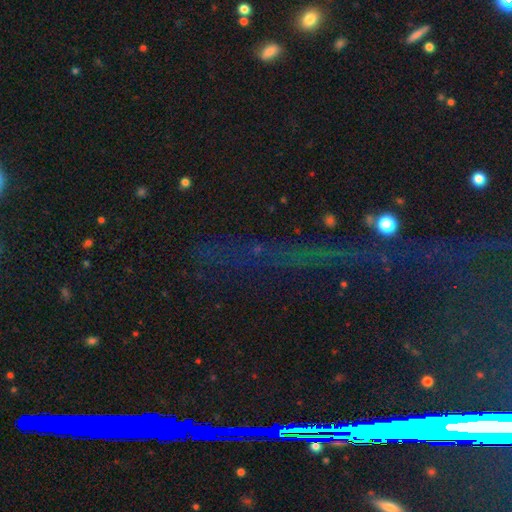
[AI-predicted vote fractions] This is likely a star or artifact rather than a galaxy (75%).